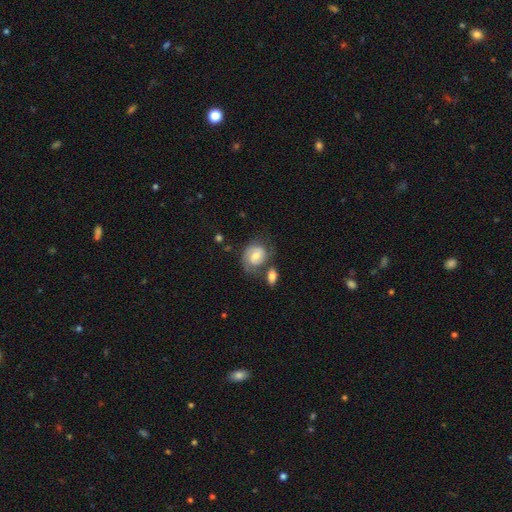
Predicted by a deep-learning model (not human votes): Q: Smooth or featured?
A: featured or disk (58%); runner-up: smooth (35%)
Q: Edge-on disk?
A: no (97%); runner-up: yes (3%)
Q: Bar?
A: weak (46%); runner-up: no (42%)
Q: Spiral arms?
A: yes (85%); runner-up: no (15%)
Q: Bulge size?
A: moderate (55%); runner-up: small (34%)
Q: Merging?
A: none (51%); runner-up: minor disturbance (20%)